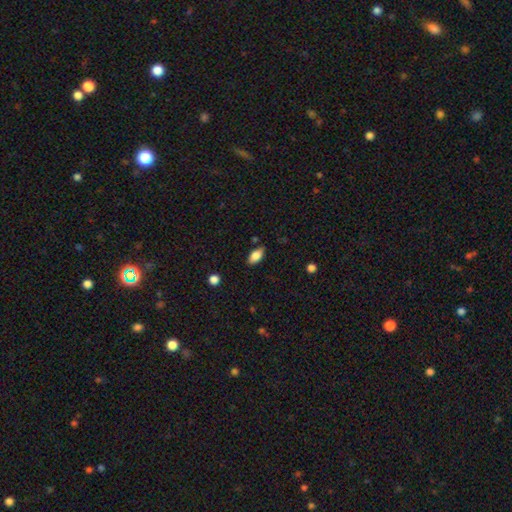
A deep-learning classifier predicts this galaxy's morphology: Smooth or featured? Predicted: smooth (p=0.81). How rounded? Predicted: in between (p=0.90). Merging? Predicted: none (p=0.82).